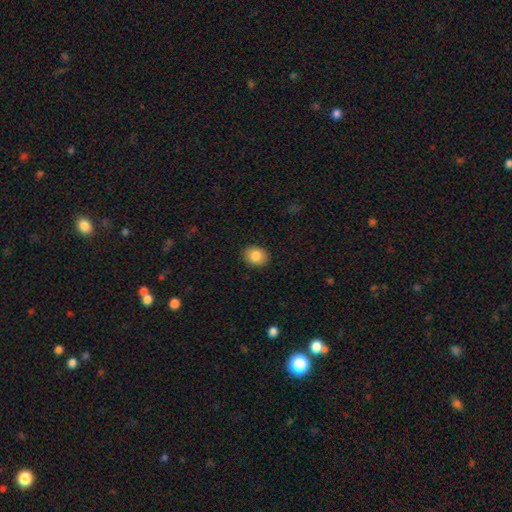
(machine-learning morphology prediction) Smooth or featured? smooth (85%)
How rounded? in between (51%)
Merging? none (90%)